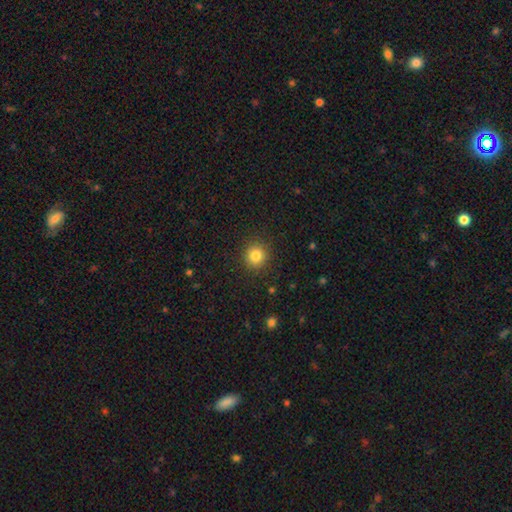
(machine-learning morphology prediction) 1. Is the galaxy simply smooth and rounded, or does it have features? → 82% smooth, 12% star or artifact, 6% featured or disk.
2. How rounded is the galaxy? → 92% round, 7% in between, 1% cigar-shaped.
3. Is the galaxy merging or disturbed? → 89% none, 7% minor disturbance, 3% major disturbance, 1% merger.